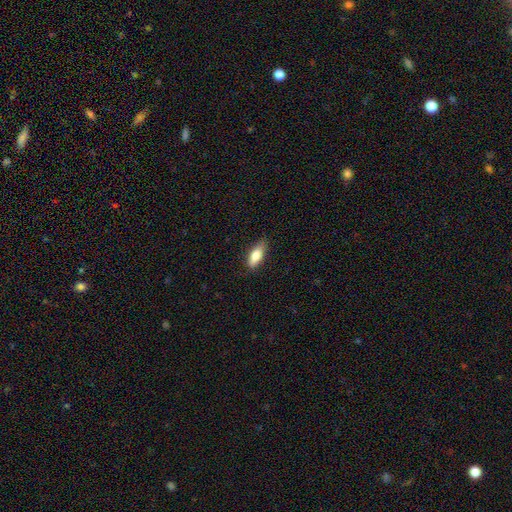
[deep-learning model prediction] This appears to be a smooth galaxy with no disk features (78%) that is in between round and cigar-shaped (72%). Merging: none (81%).